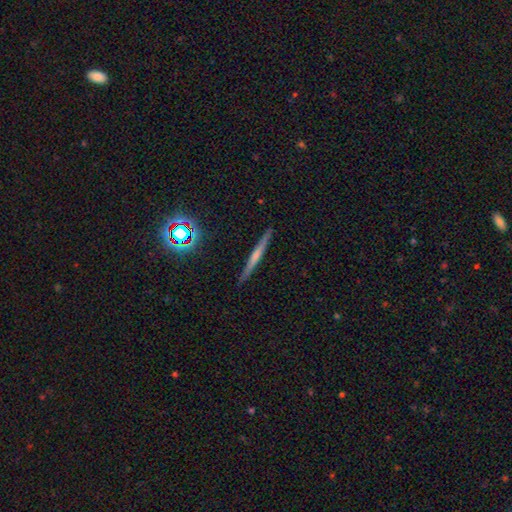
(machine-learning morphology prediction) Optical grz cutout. It shows a featured or disk galaxy (55%) viewed edge-on (97%) with no central bulge (54%). Merging: none (90%).